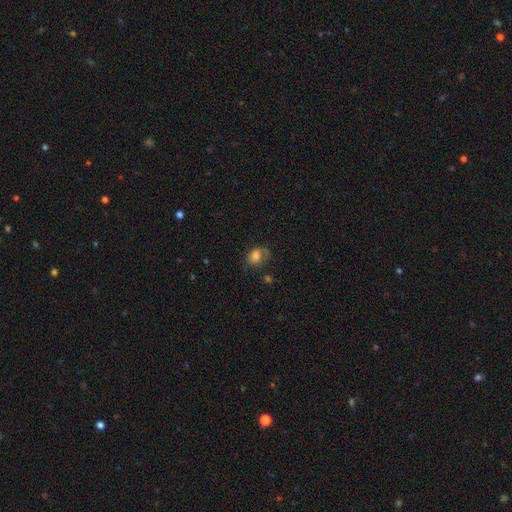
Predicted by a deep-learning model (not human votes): Smooth or featured? Predicted: smooth (p=0.69). How rounded? Predicted: in between (p=0.58). Merging? Predicted: none (p=0.52).